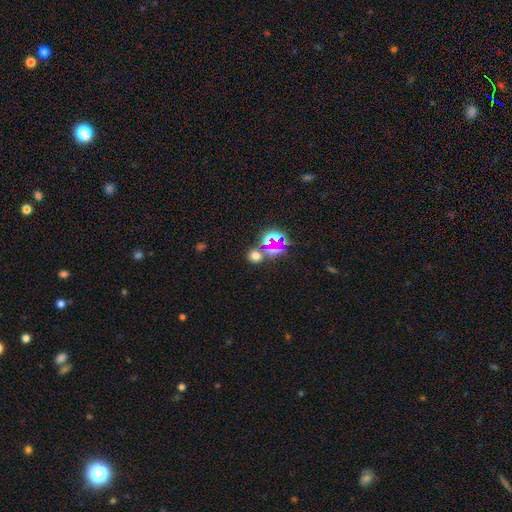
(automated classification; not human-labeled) smooth 60%, star or artifact 31%, featured or disk 8%. Down the decision tree: how rounded — round (84%); merging — none (71%).